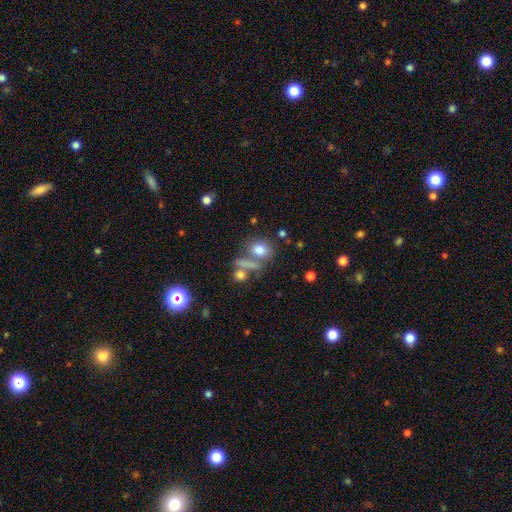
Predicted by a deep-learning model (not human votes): Q: Smooth or featured?
A: smooth (53%); runner-up: star or artifact (26%)
Q: How rounded?
A: round (57%); runner-up: in between (36%)
Q: Merging?
A: none (49%); runner-up: merger (34%)